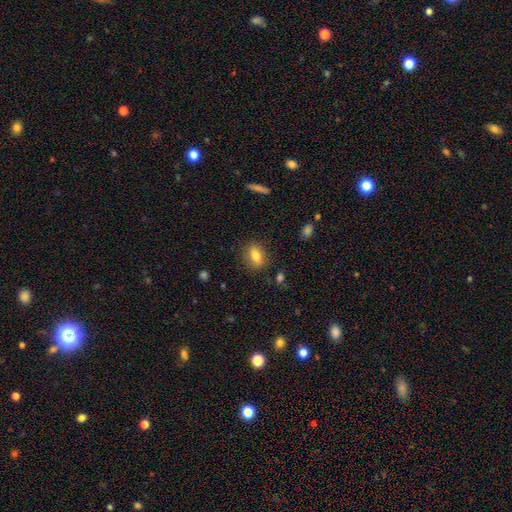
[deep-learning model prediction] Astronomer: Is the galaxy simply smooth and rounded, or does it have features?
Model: smooth — 77%.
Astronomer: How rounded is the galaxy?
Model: in between — 71%.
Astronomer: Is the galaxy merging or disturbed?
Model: none — 84%.